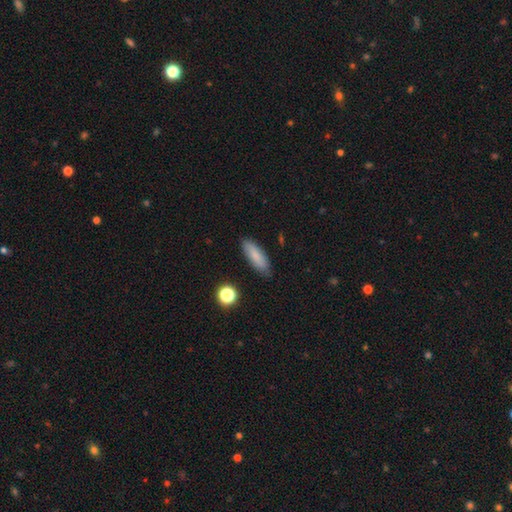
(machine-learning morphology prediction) smooth 83%, featured or disk 10%, star or artifact 8%. Down the decision tree: how rounded — in between (58%); merging — none (84%).